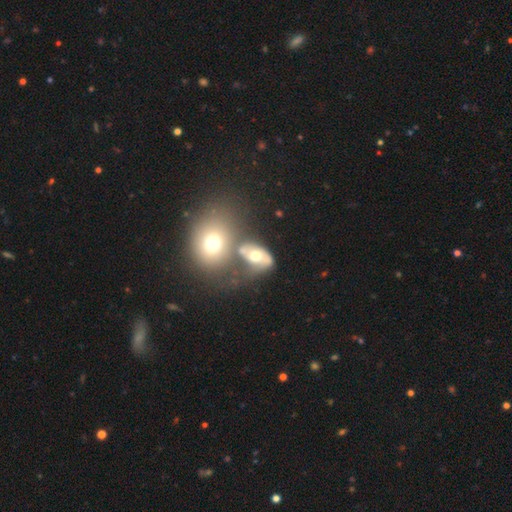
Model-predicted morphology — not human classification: smooth 50%, featured or disk 40%, star or artifact 10%. Down the decision tree: how rounded — in between (71%); merging — merger (42%).